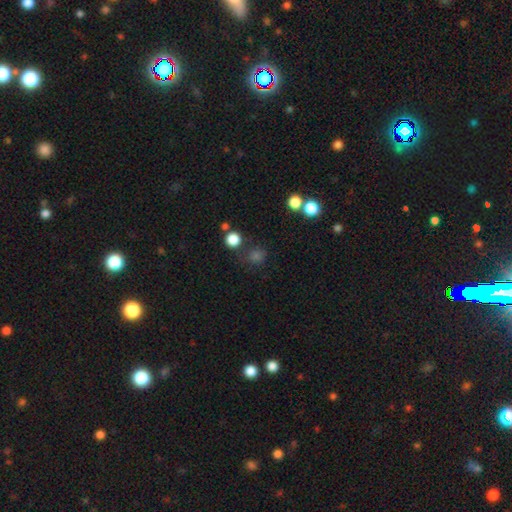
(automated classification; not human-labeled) Smooth or featured? Predicted: smooth (p=0.63). How rounded? Predicted: round (p=0.85). Merging? Predicted: none (p=0.76).